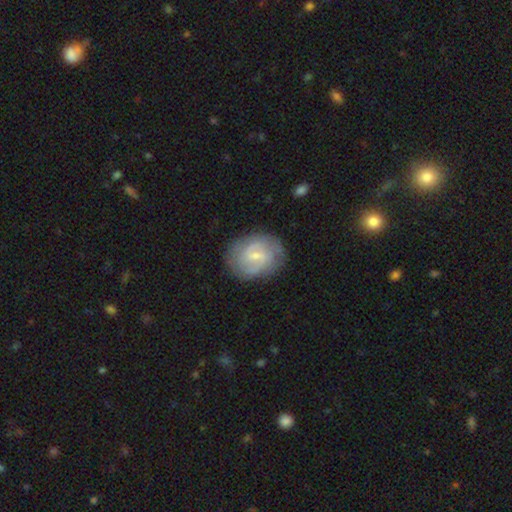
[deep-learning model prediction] A featured or disk galaxy (75%) with a weak bar (63%), 2 (65%) medium (43%) spiral arms (91%) and a small central bulge (68%). Merging: none (79%).